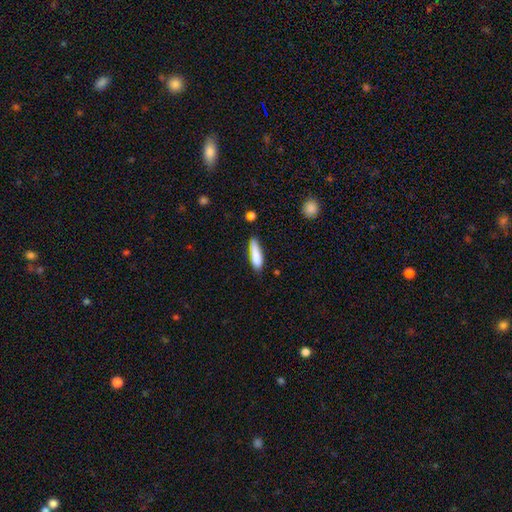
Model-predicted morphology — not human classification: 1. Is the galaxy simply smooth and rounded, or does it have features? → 83% smooth, 10% featured or disk, 7% star or artifact.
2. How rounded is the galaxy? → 64% cigar-shaped, 34% in between, 2% round.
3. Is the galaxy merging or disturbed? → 62% none, 28% minor disturbance, 6% major disturbance, 4% merger.